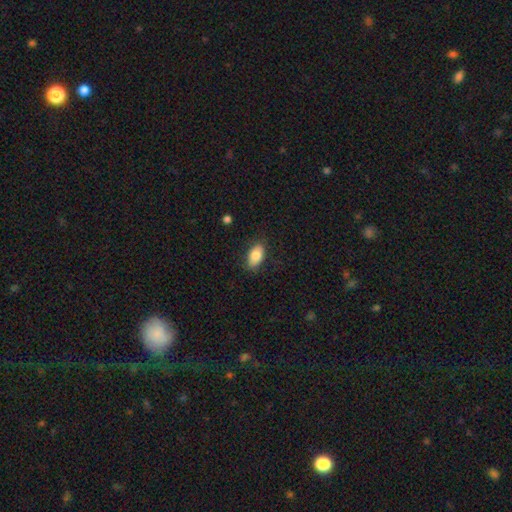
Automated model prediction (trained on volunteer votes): This is clearly a smooth galaxy (82%). How rounded: clearly in between (91%). Merging: clearly none (82%).